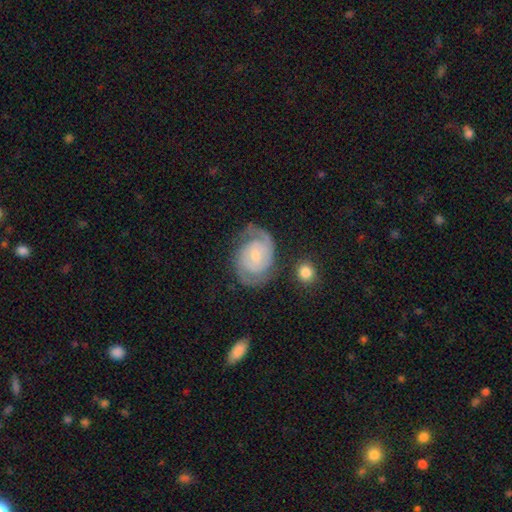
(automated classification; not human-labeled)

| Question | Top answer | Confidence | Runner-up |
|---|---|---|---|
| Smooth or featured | featured or disk | 85% | smooth (10%) |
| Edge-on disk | no | 98% | yes (2%) |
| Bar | no | 54% | weak (39%) |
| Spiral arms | yes | 96% | no (4%) |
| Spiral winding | tight | 55% | medium (37%) |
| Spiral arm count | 2 | 80% | can't tell (9%) |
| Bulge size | small | 63% | moderate (30%) |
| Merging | none | 70% | minor disturbance (18%) |